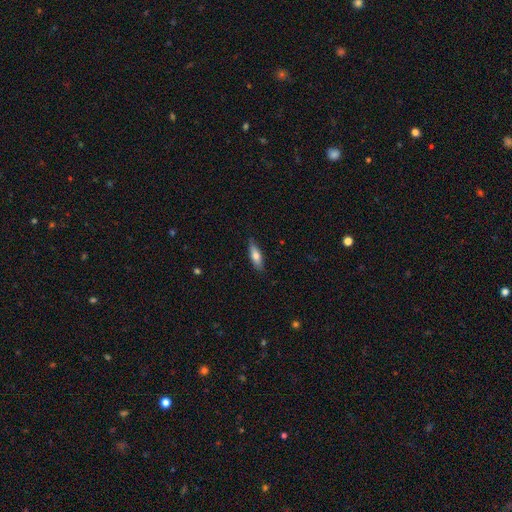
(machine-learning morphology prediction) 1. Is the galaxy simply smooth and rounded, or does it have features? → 69% smooth, 25% featured or disk, 6% star or artifact.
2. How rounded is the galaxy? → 50% in between, 48% cigar-shaped, 2% round.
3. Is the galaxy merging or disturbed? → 84% none, 13% minor disturbance, 2% major disturbance, 1% merger.